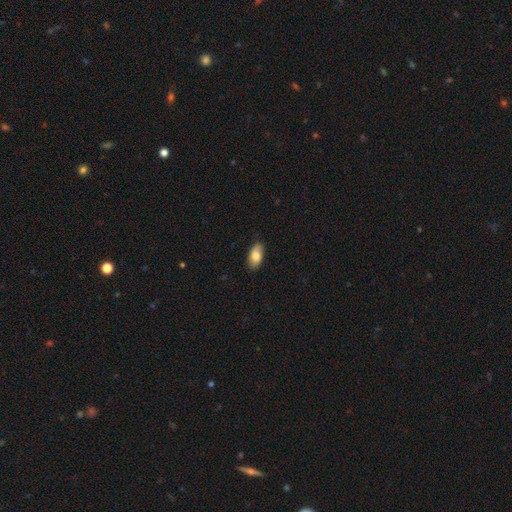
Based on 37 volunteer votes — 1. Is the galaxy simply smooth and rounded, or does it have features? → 92% smooth, 8% featured or disk, 0% star or artifact.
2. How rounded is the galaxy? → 91% in between, 6% cigar-shaped, 3% round.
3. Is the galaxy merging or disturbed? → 84% none, 14% minor disturbance, 3% major disturbance, 0% merger.